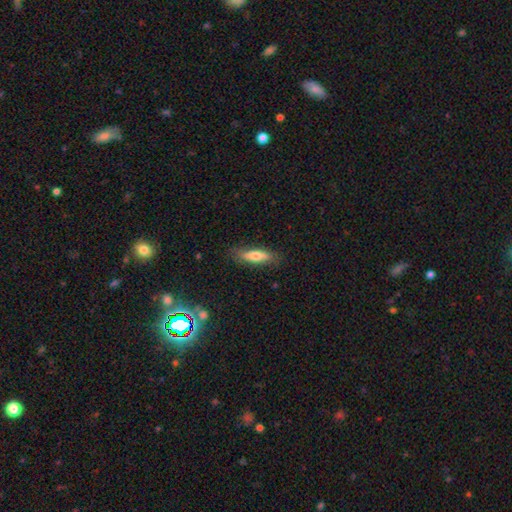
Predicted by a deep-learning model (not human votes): This appears to be a smooth galaxy with no disk features (68%) that is cigar-shaped (53%). Merging: none (80%).